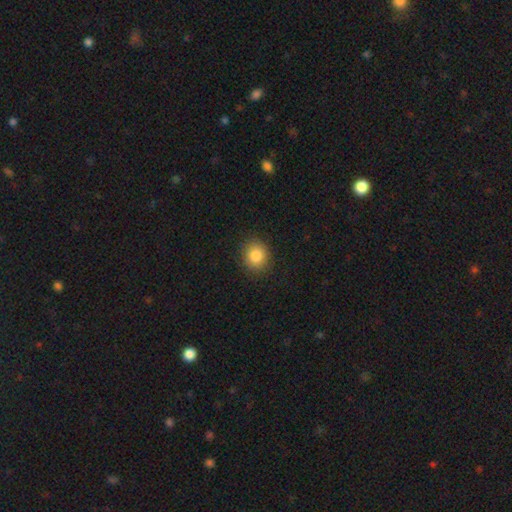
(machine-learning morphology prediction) Smooth or featured? Predicted: smooth (p=0.85). How rounded? Predicted: round (p=0.76). Merging? Predicted: none (p=0.89).